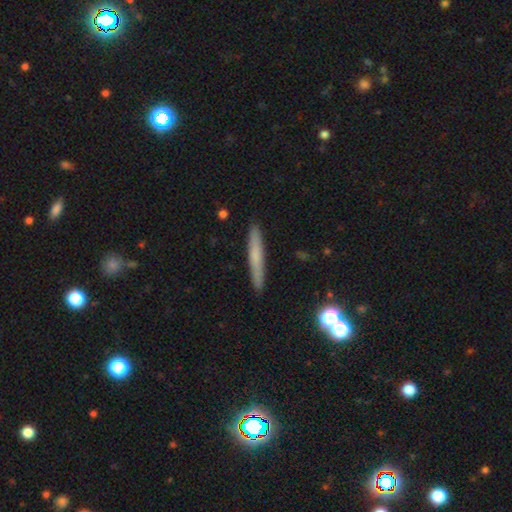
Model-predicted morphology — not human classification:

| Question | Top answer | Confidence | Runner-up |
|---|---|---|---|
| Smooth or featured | smooth | 63% | featured or disk (29%) |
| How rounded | cigar-shaped | 95% | in between (3%) |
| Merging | none | 90% | minor disturbance (7%) |